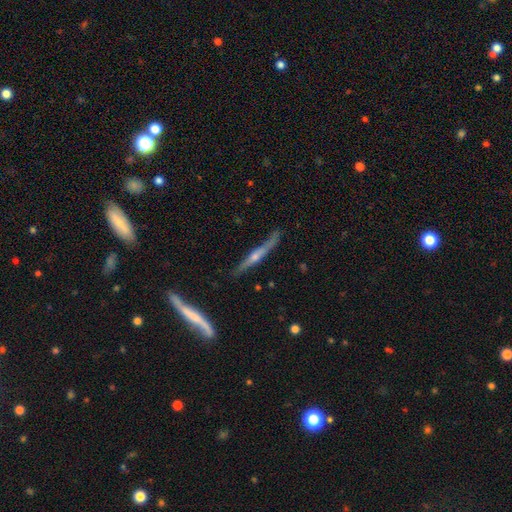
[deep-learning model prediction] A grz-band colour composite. It shows a featured or disk galaxy (77%) viewed edge-on (93%) with a rounded central bulge (74%). Merging: none (71%).